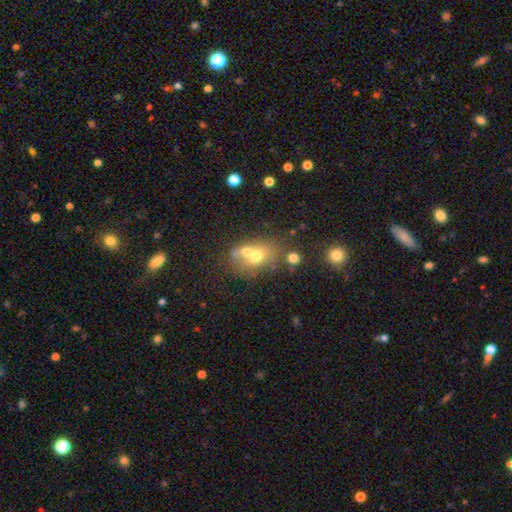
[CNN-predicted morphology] The model was most divided on "how rounded": in between: 55%, round: 43%, cigar-shaped: 2%. More confident: smooth or featured — smooth (58%); merging — merger (56%).